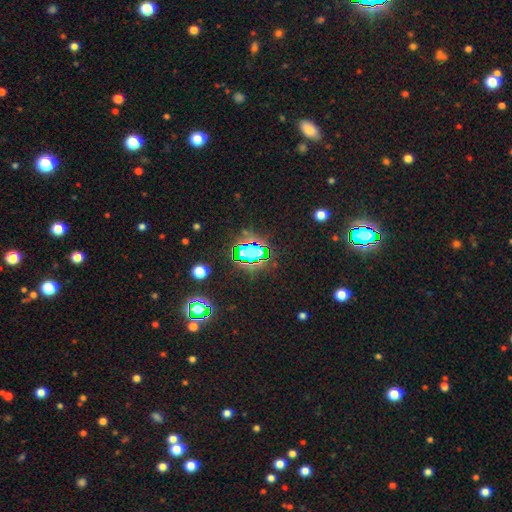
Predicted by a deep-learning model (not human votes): Q: Smooth or featured?
A: star or artifact (68%); runner-up: smooth (21%)